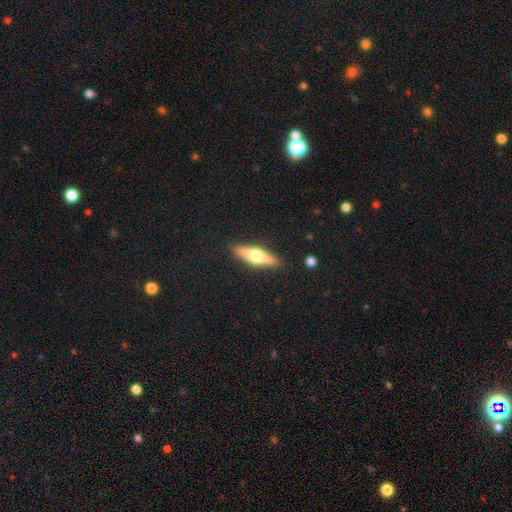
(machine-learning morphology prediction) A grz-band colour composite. It shows a featured or disk galaxy (56%) viewed edge-on (94%) with a rounded central bulge (95%). Merging: none (89%).